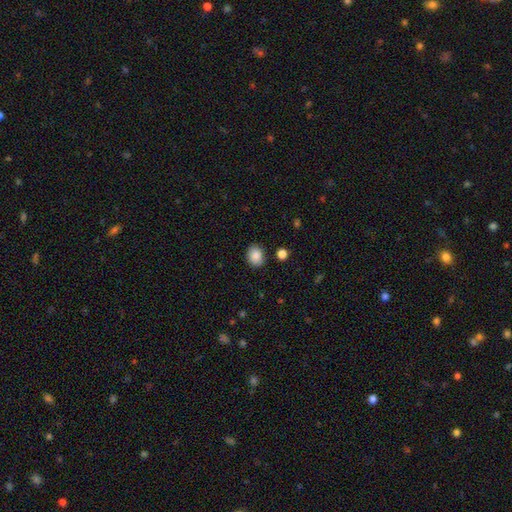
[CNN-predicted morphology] The model was most divided on "how rounded": round: 52%, in between: 47%, cigar-shaped: 1%. More confident: smooth or featured — smooth (87%); merging — none (87%).